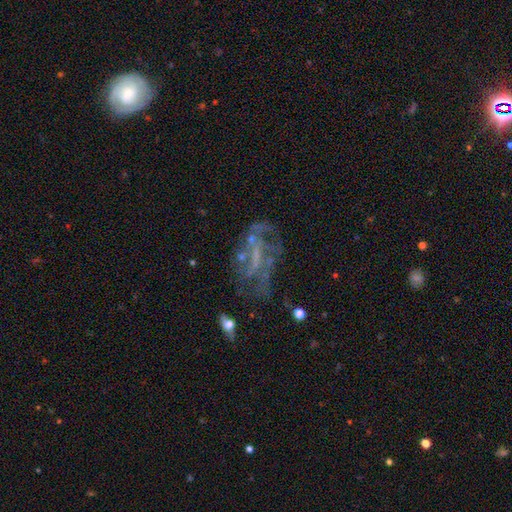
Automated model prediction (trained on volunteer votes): The model was most divided on "spiral arms": yes: 51%, no: 49%. Remaining: edge-on disk — no (94%); smooth or featured — featured or disk (66%); bulge size — none (63%); bar — no (52%); merging — none (39%).